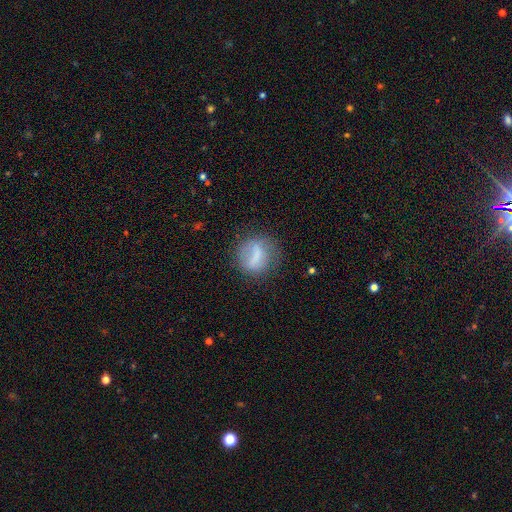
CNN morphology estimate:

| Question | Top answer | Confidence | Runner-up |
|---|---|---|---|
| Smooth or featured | smooth | 59% | featured or disk (31%) |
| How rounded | round | 74% | in between (23%) |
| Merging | none | 65% | minor disturbance (20%) |